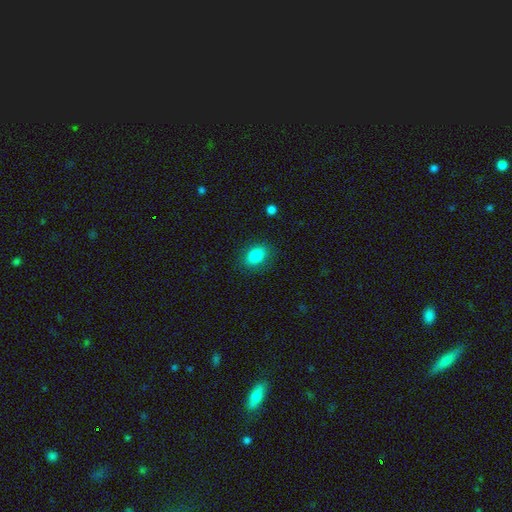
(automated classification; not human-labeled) Smooth or featured?
  - smooth: 85% *
  - star or artifact: 9%
  - featured or disk: 7%
How rounded?
  - in between: 76% *
  - round: 23%
  - cigar-shaped: 1%
Merging?
  - none: 85% *
  - minor disturbance: 11%
  - major disturbance: 3%
  - merger: 1%